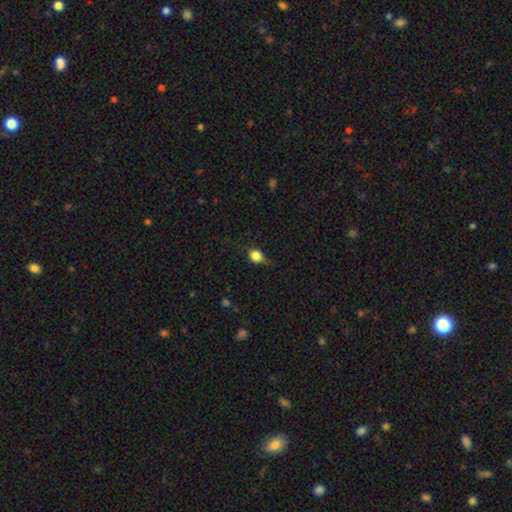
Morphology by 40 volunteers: A smooth galaxy with no disk features (85%) that is round (59%).

Vote fractions:
- Smooth or featured? smooth: 85% / featured or disk: 12% / star or artifact: 2%
- How rounded? round: 59% / in between: 41% / cigar-shaped: 0%
- Merging? none: 62% / minor disturbance: 26% / major disturbance: 13% / merger: 0%